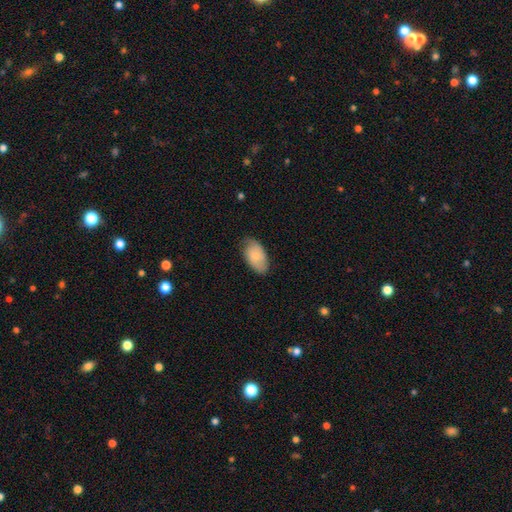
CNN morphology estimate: smooth 71%, featured or disk 23%, star or artifact 6%. Down the decision tree: how rounded — in between (94%); merging — none (72%).